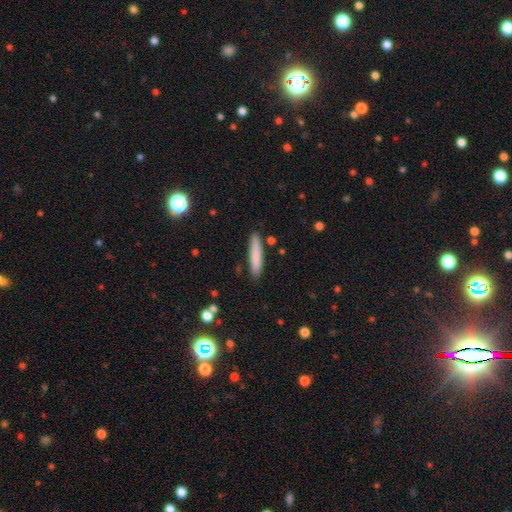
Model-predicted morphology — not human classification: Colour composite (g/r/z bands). It shows a smooth galaxy with no disk features (80%) that is cigar-shaped (90%). Merging: none (86%).